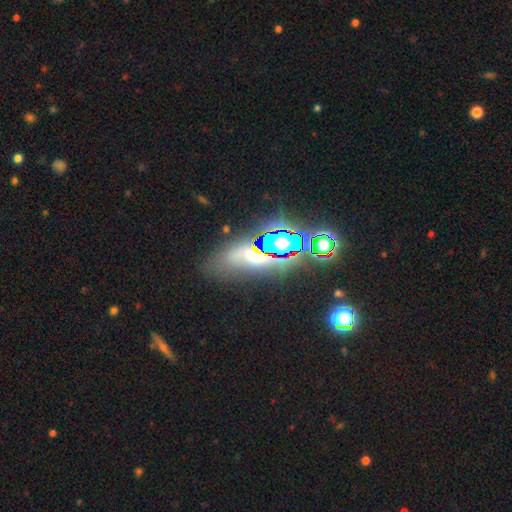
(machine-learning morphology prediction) Smooth or featured?
  - star or artifact: 41% *
  - smooth: 31%
  - featured or disk: 28%